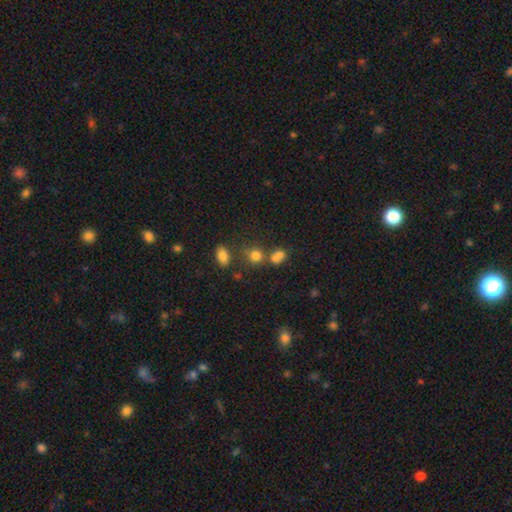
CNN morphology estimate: This is likely a smooth galaxy (76%). How rounded: likely round (78%). Merging: possibly none (56%).